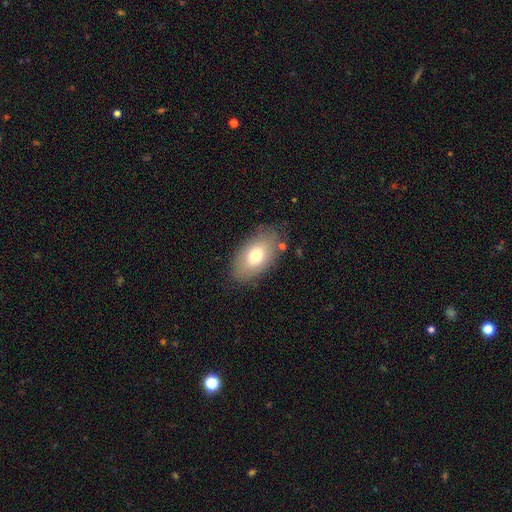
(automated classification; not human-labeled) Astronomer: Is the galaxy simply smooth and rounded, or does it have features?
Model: smooth — 73%.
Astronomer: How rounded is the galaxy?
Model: in between — 92%.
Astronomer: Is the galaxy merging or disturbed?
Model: none — 80%.